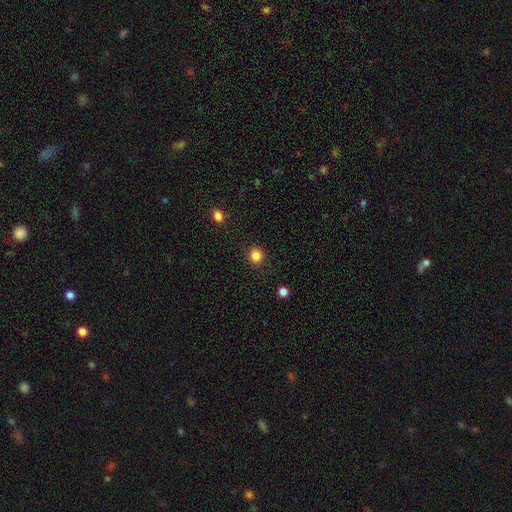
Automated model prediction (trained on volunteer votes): Smooth or featured: smooth — 85% (star or artifact — 11%)
How rounded: round — 91% (in between — 8%)
Merging: none — 91% (minor disturbance — 6%)